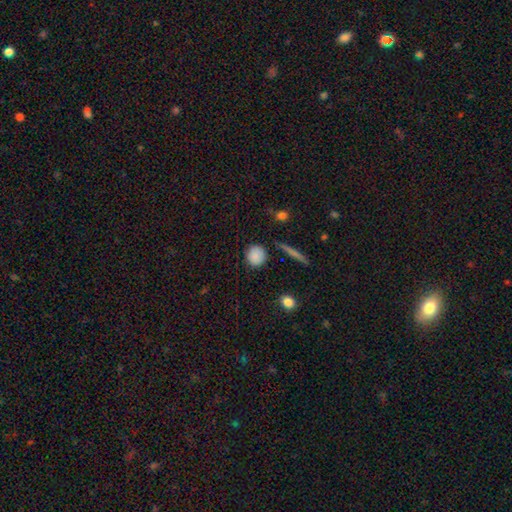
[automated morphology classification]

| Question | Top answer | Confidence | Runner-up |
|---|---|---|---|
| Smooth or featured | smooth | 85% | star or artifact (8%) |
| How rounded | round | 90% | in between (8%) |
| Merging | none | 85% | minor disturbance (10%) |